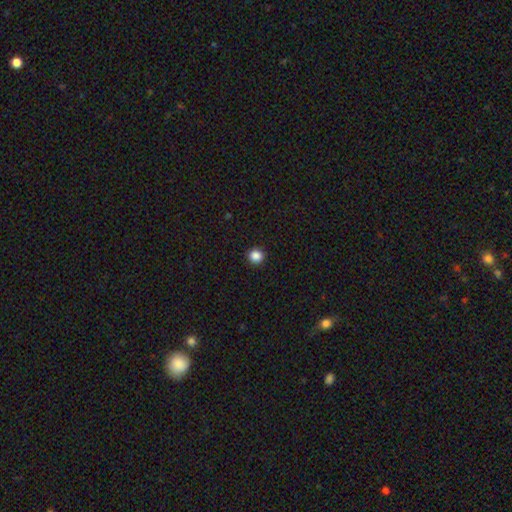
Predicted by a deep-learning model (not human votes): The model was most divided on "smooth or featured": smooth: 87%, star or artifact: 11%, featured or disk: 3%. More confident: merging — none (93%); how rounded — round (92%).